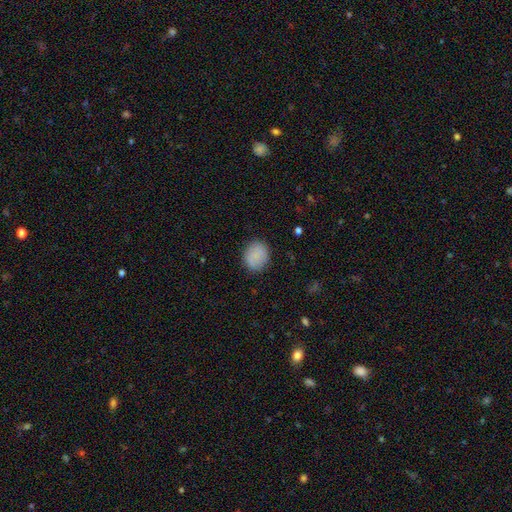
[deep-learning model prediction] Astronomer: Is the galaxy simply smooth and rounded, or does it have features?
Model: smooth — 85%.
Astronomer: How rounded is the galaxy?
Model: round — 72%.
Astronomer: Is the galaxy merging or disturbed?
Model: none — 85%.